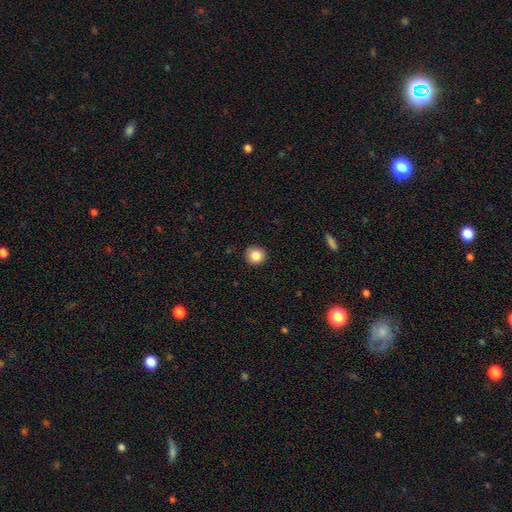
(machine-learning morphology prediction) A smooth galaxy with no disk features (85%) that is round (91%).

Vote fractions:
- Smooth or featured? smooth: 85% / star or artifact: 10% / featured or disk: 5%
- How rounded? round: 91% / in between: 8% / cigar-shaped: 1%
- Merging? none: 90% / minor disturbance: 7% / major disturbance: 2% / merger: 1%